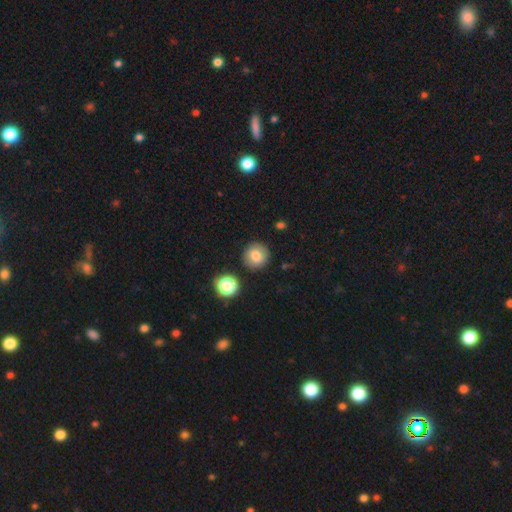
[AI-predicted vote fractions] Q: Smooth or featured?
A: smooth (78%); runner-up: featured or disk (12%)
Q: How rounded?
A: round (93%); runner-up: in between (6%)
Q: Merging?
A: none (88%); runner-up: minor disturbance (7%)